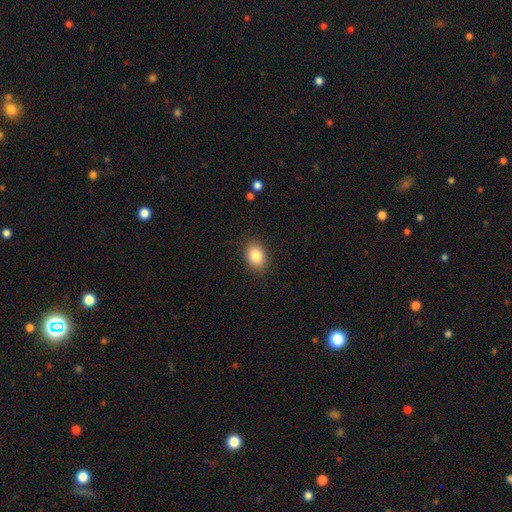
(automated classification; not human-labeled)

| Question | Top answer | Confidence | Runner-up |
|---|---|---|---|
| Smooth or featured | smooth | 84% | star or artifact (9%) |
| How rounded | in between | 73% | round (26%) |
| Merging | none | 87% | minor disturbance (9%) |